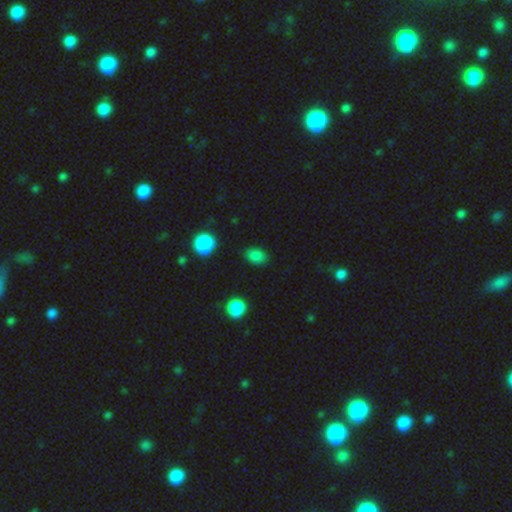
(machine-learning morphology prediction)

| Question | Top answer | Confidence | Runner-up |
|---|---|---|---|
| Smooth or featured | smooth | 83% | star or artifact (12%) |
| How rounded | in between | 74% | round (24%) |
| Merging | none | 82% | minor disturbance (13%) |